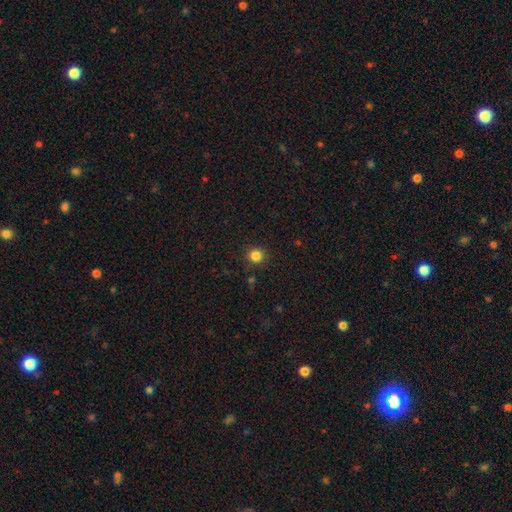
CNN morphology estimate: A smooth galaxy with no disk features (84%) that is round (94%). Merging: none (90%).